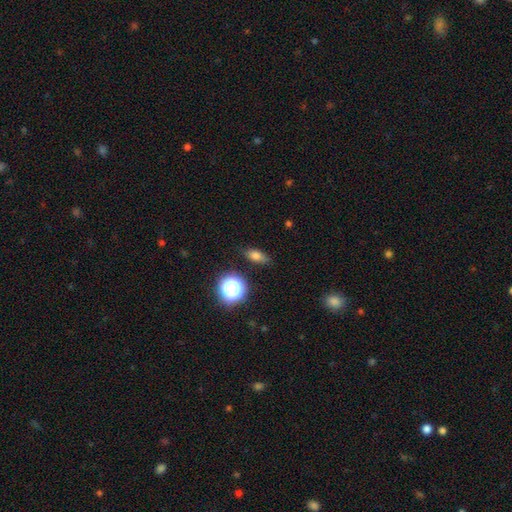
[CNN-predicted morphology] Smooth or featured? smooth (72%)
How rounded? in between (69%)
Merging? none (81%)